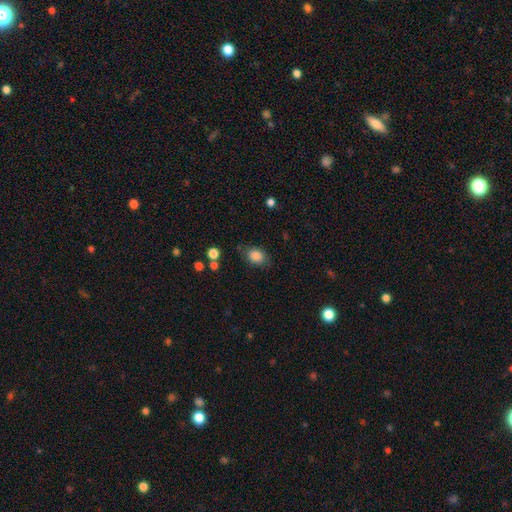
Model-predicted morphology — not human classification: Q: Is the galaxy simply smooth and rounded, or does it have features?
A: smooth — 85%.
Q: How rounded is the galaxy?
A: in between — 60%.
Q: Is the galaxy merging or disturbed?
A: none — 74%.